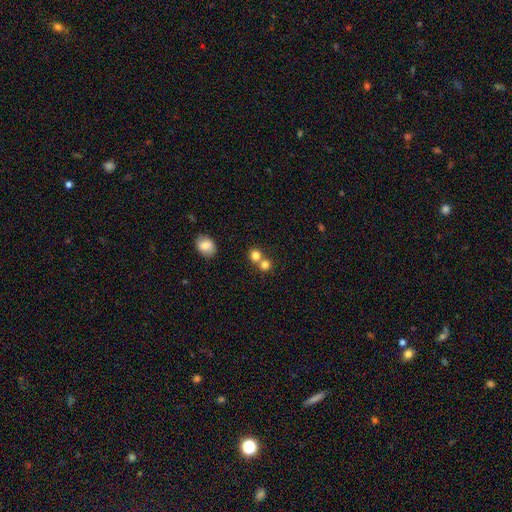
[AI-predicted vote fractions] Smooth or featured? Predicted: smooth (p=0.80). How rounded? Predicted: round (p=0.86). Merging? Predicted: none (p=0.48).